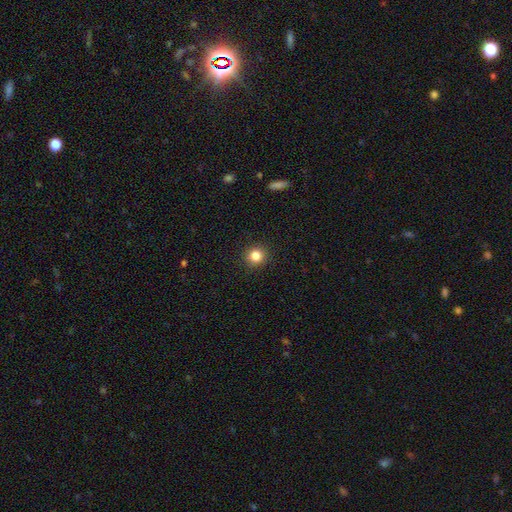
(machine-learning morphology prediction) Q: Smooth or featured?
A: smooth (84%); runner-up: star or artifact (12%)
Q: How rounded?
A: round (93%); runner-up: in between (6%)
Q: Merging?
A: none (92%); runner-up: minor disturbance (5%)